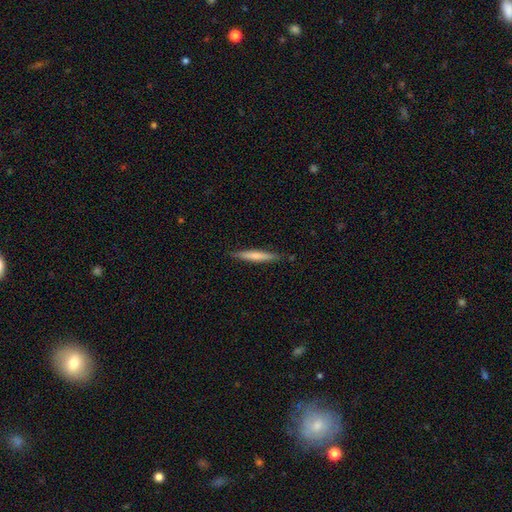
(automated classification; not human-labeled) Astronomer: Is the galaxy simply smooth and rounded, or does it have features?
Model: smooth — 63%.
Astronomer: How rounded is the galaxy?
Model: cigar-shaped — 95%.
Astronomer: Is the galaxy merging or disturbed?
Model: none — 88%.